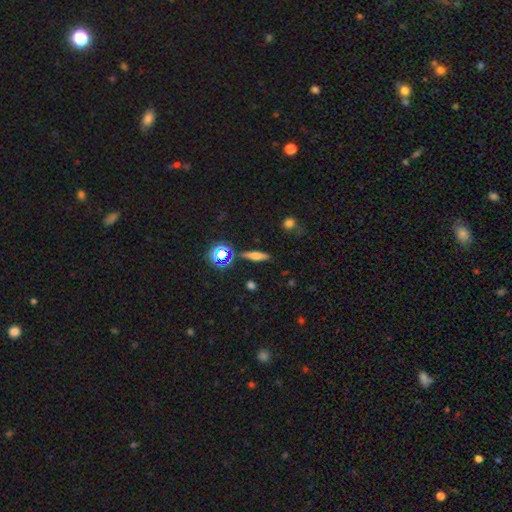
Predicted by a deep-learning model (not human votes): Smooth or featured? smooth (50%)
How rounded? cigar-shaped (68%)
Merging? none (83%)